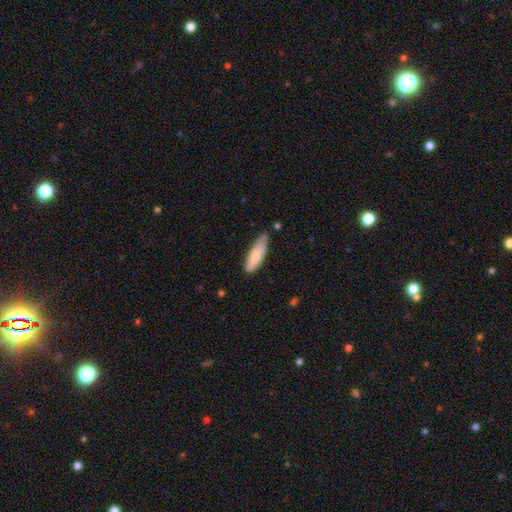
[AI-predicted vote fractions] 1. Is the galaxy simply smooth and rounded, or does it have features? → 77% smooth, 17% featured or disk, 6% star or artifact.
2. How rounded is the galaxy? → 52% cigar-shaped, 46% in between, 2% round.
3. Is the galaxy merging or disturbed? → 66% none, 27% minor disturbance, 4% major disturbance, 3% merger.